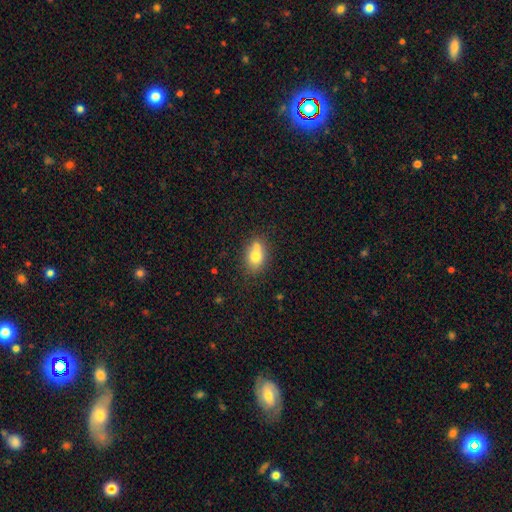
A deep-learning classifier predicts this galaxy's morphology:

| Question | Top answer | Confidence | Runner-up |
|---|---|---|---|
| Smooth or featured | smooth | 73% | featured or disk (17%) |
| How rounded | in between | 63% | round (35%) |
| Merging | none | 46% | merger (37%) |